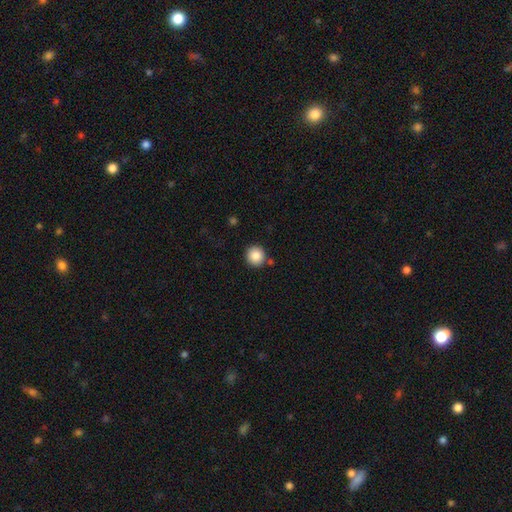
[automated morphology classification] Overall: smooth (86%). How rounded: round (95%). Merging: none (86%).